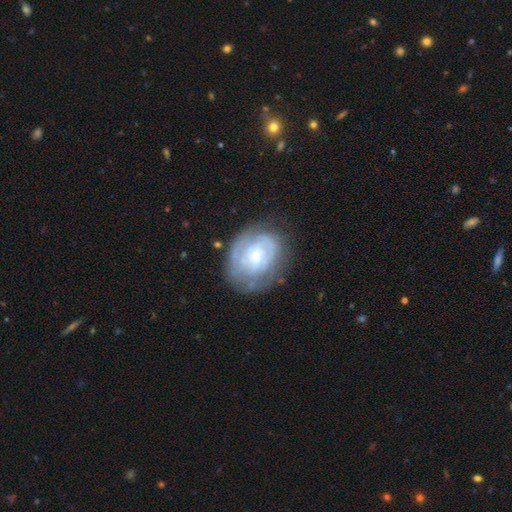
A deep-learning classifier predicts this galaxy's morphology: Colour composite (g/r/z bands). It shows a featured or disk galaxy (67%) with no bar (66%), spiral arms (76%) and a small central bulge (53%). Merging: none (65%).